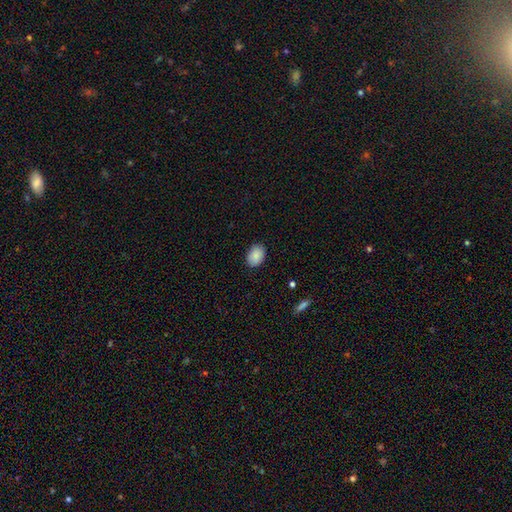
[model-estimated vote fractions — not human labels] Smooth or featured?
  - smooth: 89% *
  - star or artifact: 7%
  - featured or disk: 4%
How rounded?
  - in between: 79% *
  - round: 20%
  - cigar-shaped: 1%
Merging?
  - none: 87% *
  - minor disturbance: 10%
  - major disturbance: 2%
  - merger: 1%